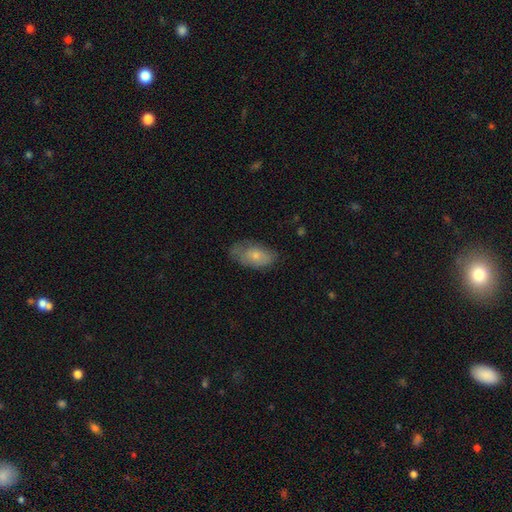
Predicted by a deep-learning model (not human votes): Smooth or featured? smooth (71%)
How rounded? in between (92%)
Merging? none (57%)